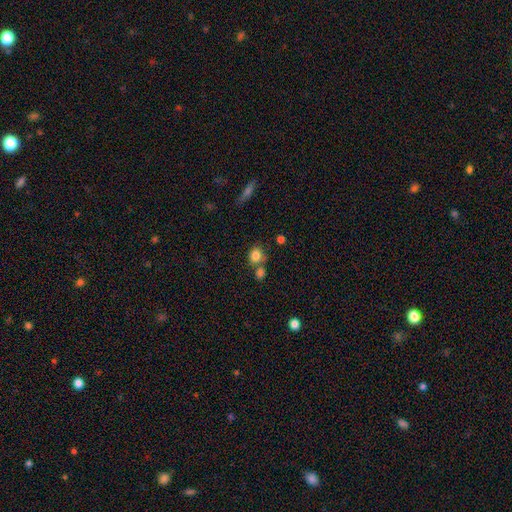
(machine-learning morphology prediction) Q: Smooth or featured?
A: smooth (83%); runner-up: star or artifact (10%)
Q: How rounded?
A: round (68%); runner-up: in between (30%)
Q: Merging?
A: none (56%); runner-up: merger (28%)